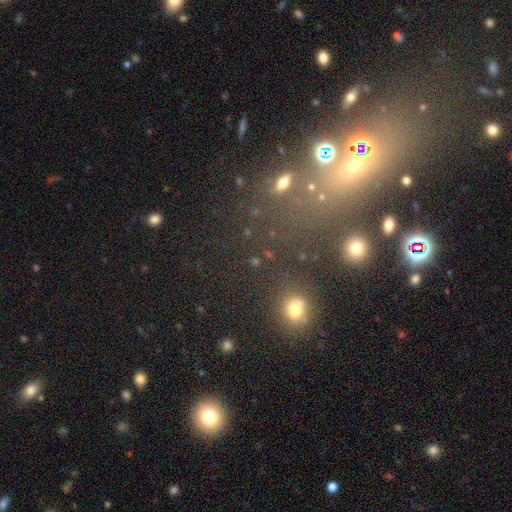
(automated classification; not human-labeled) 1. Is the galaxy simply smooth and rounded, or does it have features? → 44% star or artifact, 41% smooth, 15% featured or disk.